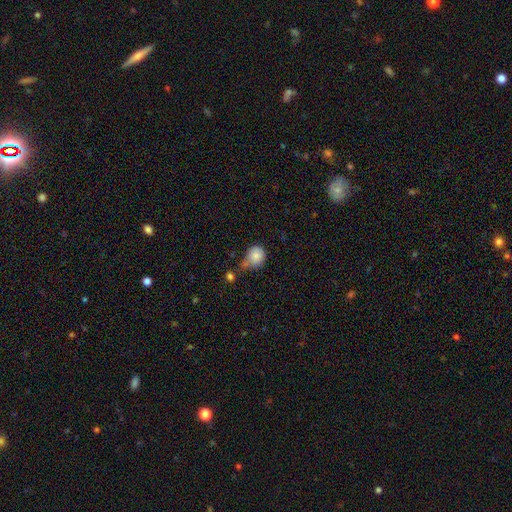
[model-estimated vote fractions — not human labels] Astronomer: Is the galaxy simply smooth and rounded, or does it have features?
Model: smooth — 82%.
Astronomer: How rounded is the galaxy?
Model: round — 76%.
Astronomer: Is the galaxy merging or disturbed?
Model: none — 37% (runner-up: minor disturbance, 32%).